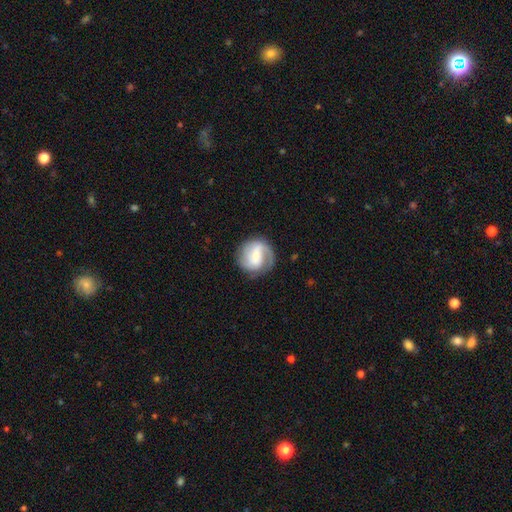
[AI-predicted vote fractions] The model was most divided on "spiral winding": medium: 43%, tight: 33%, loose: 24%. Remaining: edge-on disk — no (98%); spiral arms — yes (93%); merging — none (74%); smooth or featured — featured or disk (72%); spiral arm count — 2 (55%); bulge size — small (51%); bar — weak (48%).